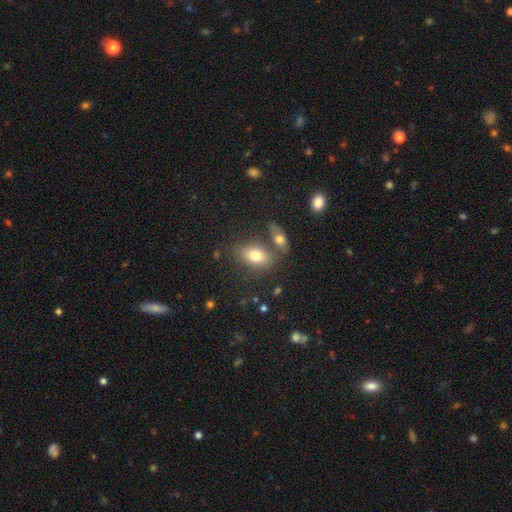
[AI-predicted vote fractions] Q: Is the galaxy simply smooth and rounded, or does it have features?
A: smooth — 76%.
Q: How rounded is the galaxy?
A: in between — 85%.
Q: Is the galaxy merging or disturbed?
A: none — 60%.